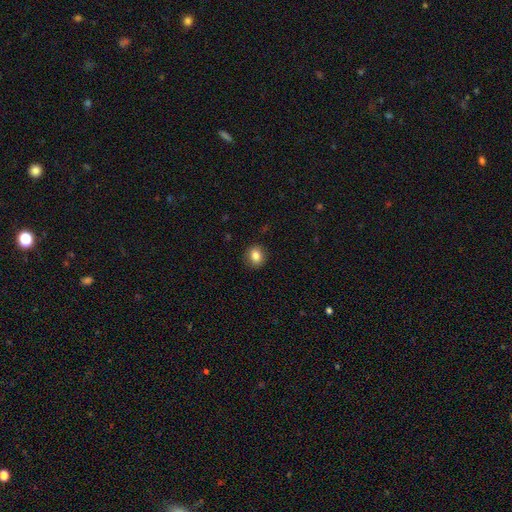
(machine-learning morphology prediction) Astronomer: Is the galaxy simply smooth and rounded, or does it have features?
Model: smooth — 85%.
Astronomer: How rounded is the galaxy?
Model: round — 70%.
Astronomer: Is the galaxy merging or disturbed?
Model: none — 89%.